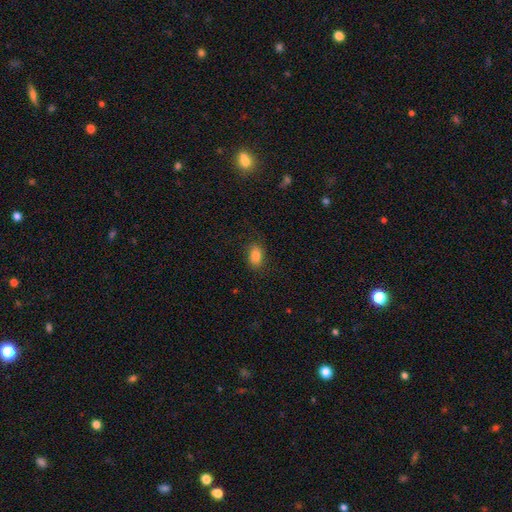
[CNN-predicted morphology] A smooth galaxy with no disk features (85%) that is in between round and cigar-shaped (85%).

Vote fractions:
- Smooth or featured? smooth: 85% / star or artifact: 9% / featured or disk: 6%
- How rounded? in between: 85% / round: 14% / cigar-shaped: 2%
- Merging? none: 83% / minor disturbance: 12% / major disturbance: 4% / merger: 1%